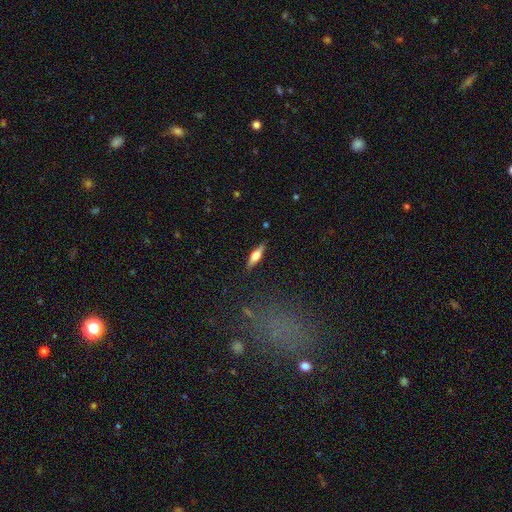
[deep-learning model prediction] This is possibly a smooth galaxy (51%). How rounded: likely cigar-shaped (61%). Merging: clearly none (88%).